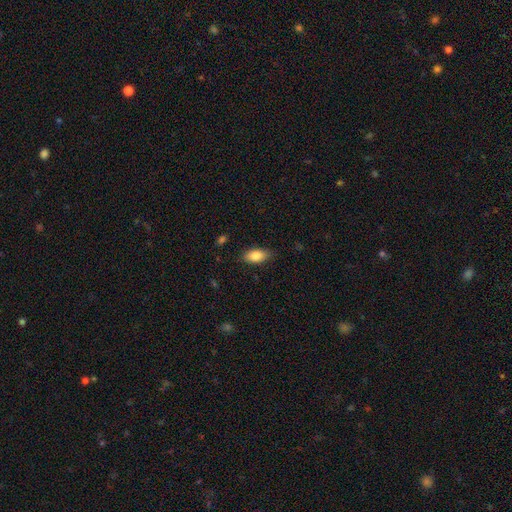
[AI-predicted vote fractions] Morphology: type=smooth (84%); roundness=in between (90%); merging=none (83%).